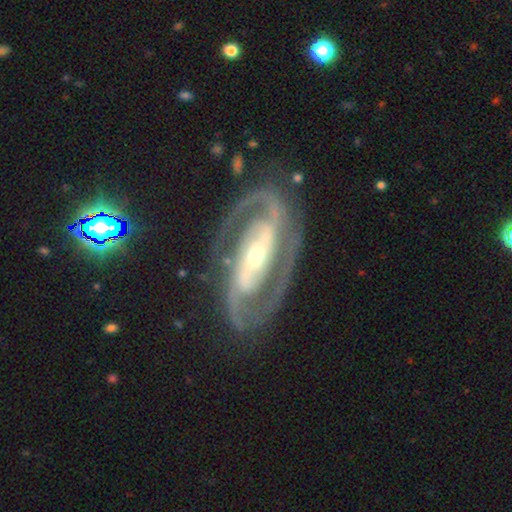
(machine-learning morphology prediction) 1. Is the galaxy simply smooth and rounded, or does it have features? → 91% featured or disk, 5% star or artifact, 4% smooth.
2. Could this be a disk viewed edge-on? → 96% no, 4% yes.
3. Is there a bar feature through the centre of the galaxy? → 59% strong, 23% weak, 19% no.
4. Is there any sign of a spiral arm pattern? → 96% yes, 4% no.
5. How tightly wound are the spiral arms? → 47% medium, 43% tight, 10% loose.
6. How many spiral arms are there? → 91% 2, 3% can't tell, 3% 3, 1% 1, 1% 4, 1% more than 4.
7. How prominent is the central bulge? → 58% small, 36% moderate, 4% large, 1% none, 1% dominant.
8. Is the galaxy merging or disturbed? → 80% none, 12% minor disturbance, 6% major disturbance, 2% merger.